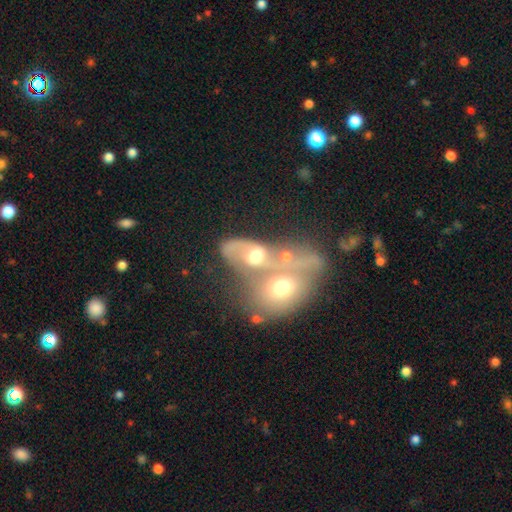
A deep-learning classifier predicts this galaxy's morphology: featured or disk 50%, smooth 39%, star or artifact 11%. Down the decision tree: merging — merger (73%).